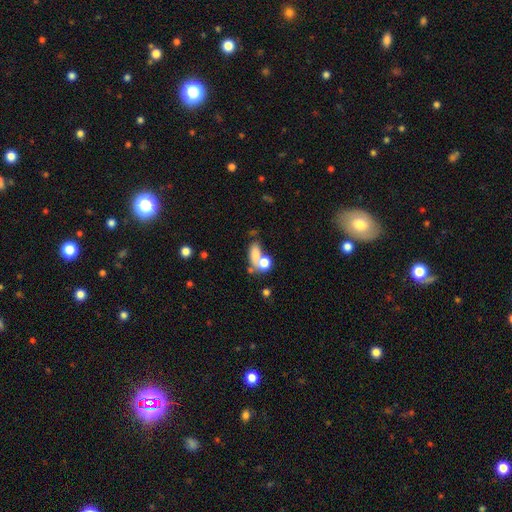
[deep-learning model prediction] Overall: smooth (71%). How rounded: in between (73%). Merging: merger (47%; none 30%).